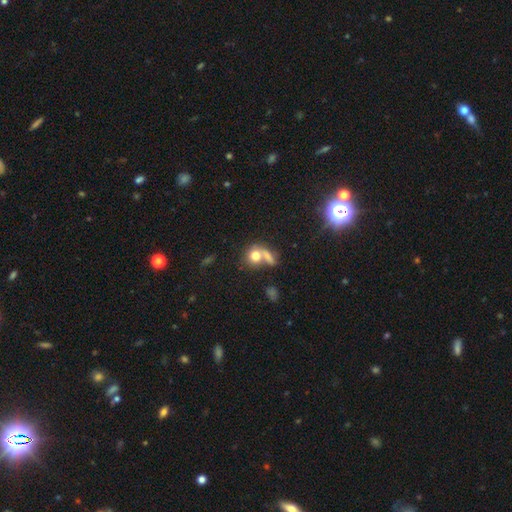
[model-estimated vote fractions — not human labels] smooth 74%, featured or disk 15%, star or artifact 11%. Down the decision tree: how rounded — round (71%); merging — merger (44%).